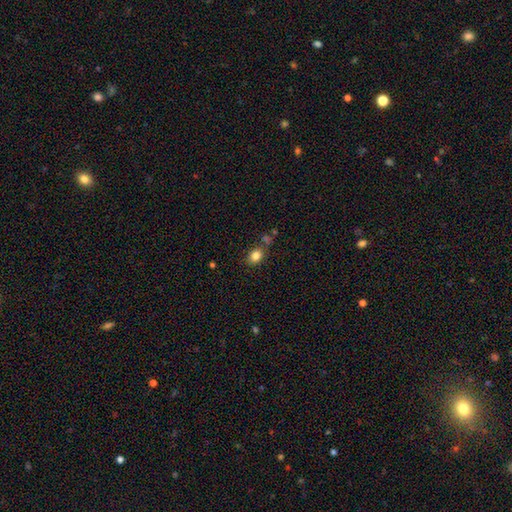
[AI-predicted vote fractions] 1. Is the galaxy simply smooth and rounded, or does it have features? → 83% smooth, 10% star or artifact, 7% featured or disk.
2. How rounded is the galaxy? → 61% in between, 38% round, 1% cigar-shaped.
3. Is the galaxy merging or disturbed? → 68% none, 15% minor disturbance, 12% merger, 5% major disturbance.